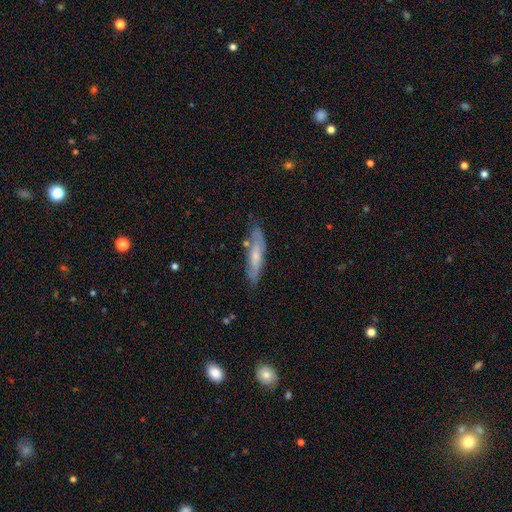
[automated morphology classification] smooth 48%, featured or disk 46%, star or artifact 7%. Down the decision tree: merging — none (72%).